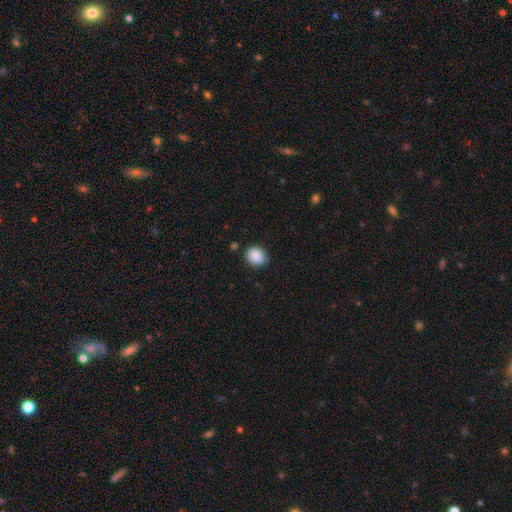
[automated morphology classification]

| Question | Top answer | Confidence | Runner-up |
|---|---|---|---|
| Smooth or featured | smooth | 89% | star or artifact (8%) |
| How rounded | round | 68% | in between (31%) |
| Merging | none | 82% | minor disturbance (14%) |